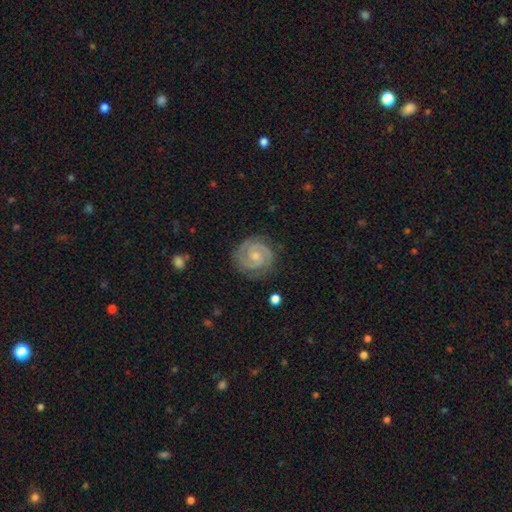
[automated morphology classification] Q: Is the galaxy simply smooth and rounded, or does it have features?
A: featured or disk — 88%.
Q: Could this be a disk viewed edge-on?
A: no — 98%.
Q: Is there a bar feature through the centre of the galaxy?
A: no — 63%.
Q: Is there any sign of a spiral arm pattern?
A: yes — 98%.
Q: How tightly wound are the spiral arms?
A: tight — 70%.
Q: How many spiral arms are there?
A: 2 — 87%.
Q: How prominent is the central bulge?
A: small — 59%.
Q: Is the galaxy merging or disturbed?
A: none — 83%.